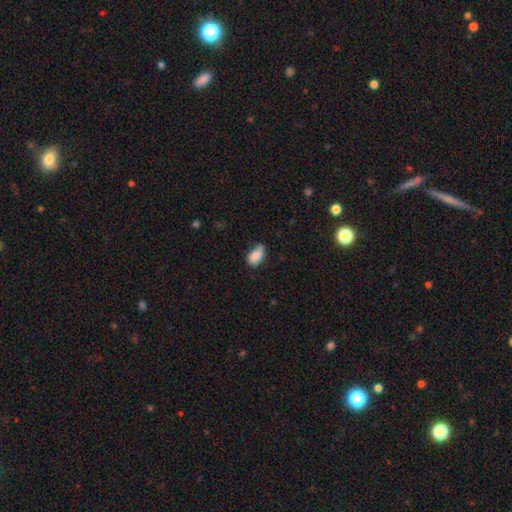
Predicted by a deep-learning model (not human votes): Smooth or featured: smooth — 85% (star or artifact — 8%)
How rounded: in between — 91% (round — 7%)
Merging: none — 56% (minor disturbance — 35%)